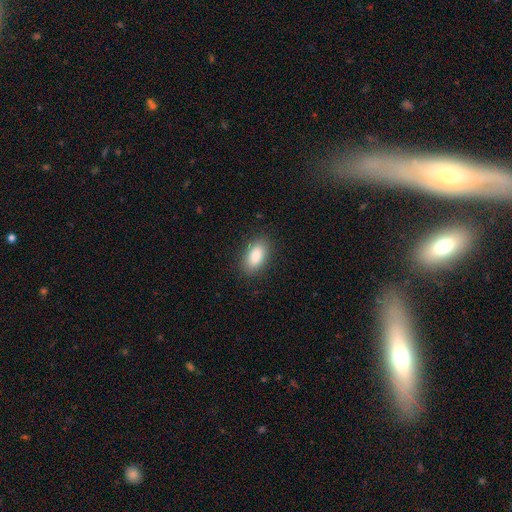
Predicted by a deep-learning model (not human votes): smooth-or-featured: smooth: 87% | star or artifact: 7% | featured or disk: 6%
  how-rounded: in between: 91% | cigar-shaped: 5% | round: 4%
  merging: none: 87% | minor disturbance: 9% | major disturbance: 3% | merger: 1%